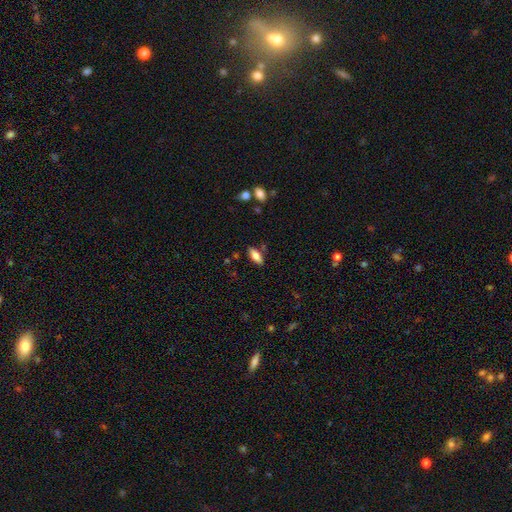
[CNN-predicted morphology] Smooth or featured?
  - smooth: 76% *
  - featured or disk: 17%
  - star or artifact: 7%
How rounded?
  - in between: 80% *
  - cigar-shaped: 18%
  - round: 2%
Merging?
  - none: 83% *
  - minor disturbance: 12%
  - merger: 3%
  - major disturbance: 3%